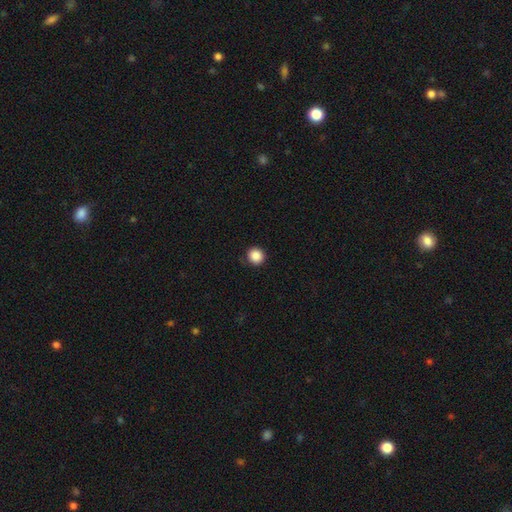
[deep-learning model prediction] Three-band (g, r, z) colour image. It shows a smooth galaxy with no disk features (87%) that is round (93%). Merging: none (89%).